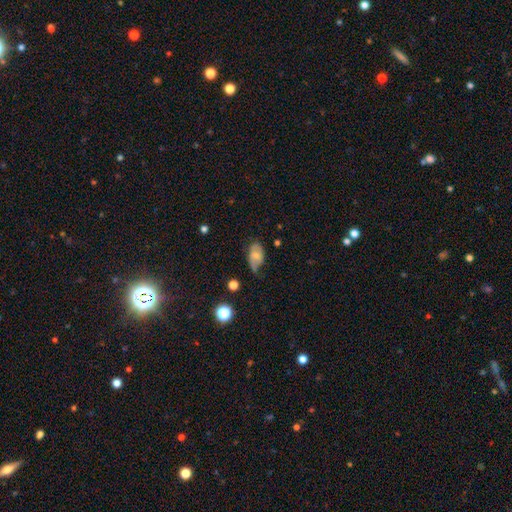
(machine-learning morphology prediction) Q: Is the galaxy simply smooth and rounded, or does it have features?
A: smooth — 59%.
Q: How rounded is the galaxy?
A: in between — 90%.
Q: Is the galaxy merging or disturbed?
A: none — 47%.